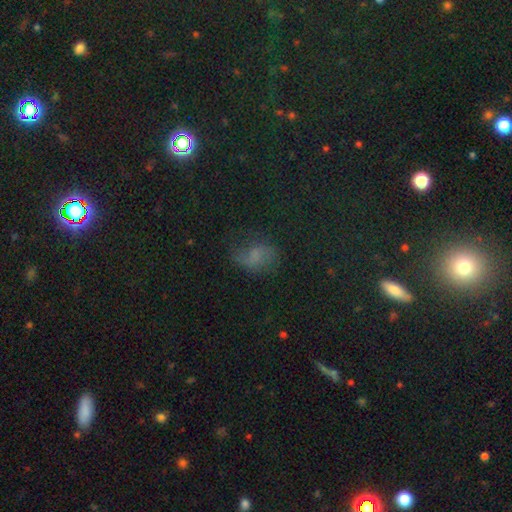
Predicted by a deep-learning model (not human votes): Smooth or featured? Predicted: smooth (p=0.46). Merging? Predicted: none (p=0.55).